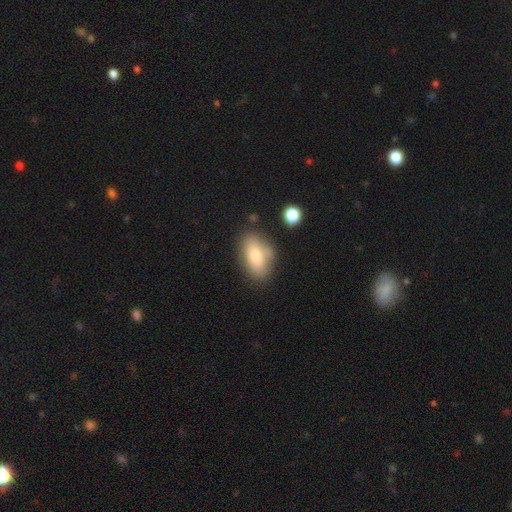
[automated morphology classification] Smooth or featured? smooth (73%)
How rounded? in between (89%)
Merging? none (72%)